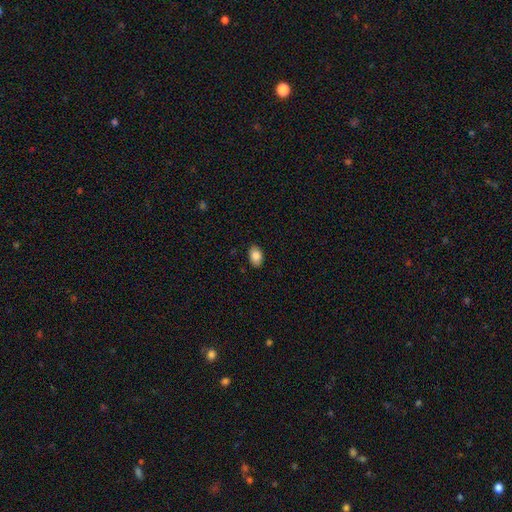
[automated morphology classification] Q: Smooth or featured?
A: smooth (87%); runner-up: star or artifact (7%)
Q: How rounded?
A: in between (89%); runner-up: round (10%)
Q: Merging?
A: none (87%); runner-up: minor disturbance (10%)